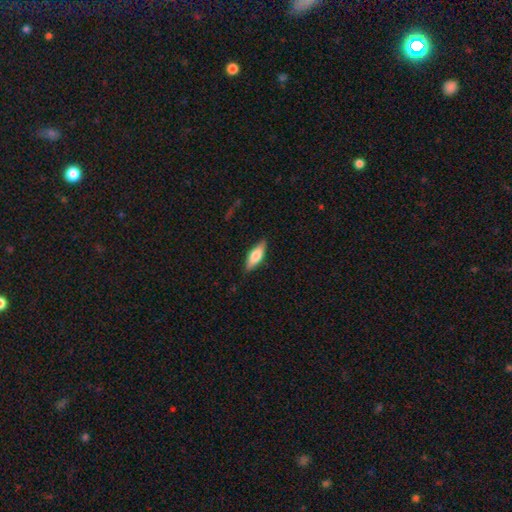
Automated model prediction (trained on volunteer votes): Smooth or featured? Predicted: smooth (p=0.67). How rounded? Predicted: in between (p=0.59). Merging? Predicted: none (p=0.85).